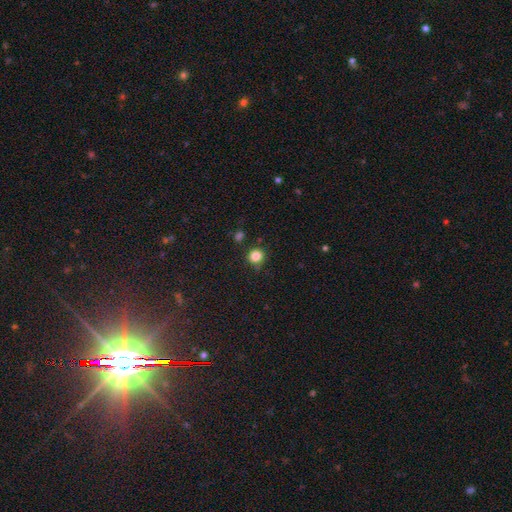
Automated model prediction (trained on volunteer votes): This appears to be a smooth galaxy with no disk features (84%) that is round (89%). Merging: none (82%).